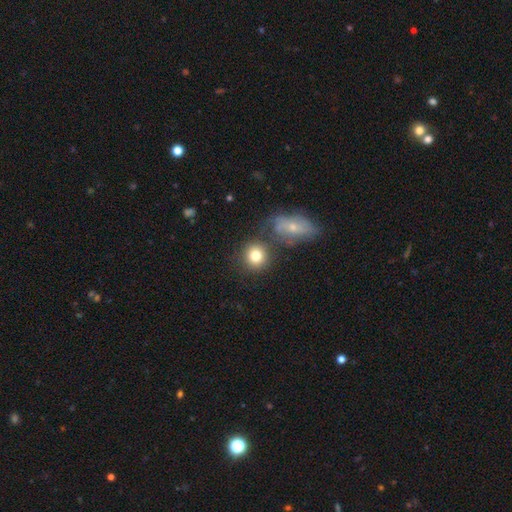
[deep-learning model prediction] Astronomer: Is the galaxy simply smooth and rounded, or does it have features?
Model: smooth — 79%.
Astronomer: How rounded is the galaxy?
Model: round — 85%.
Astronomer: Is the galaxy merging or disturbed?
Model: none — 66%.